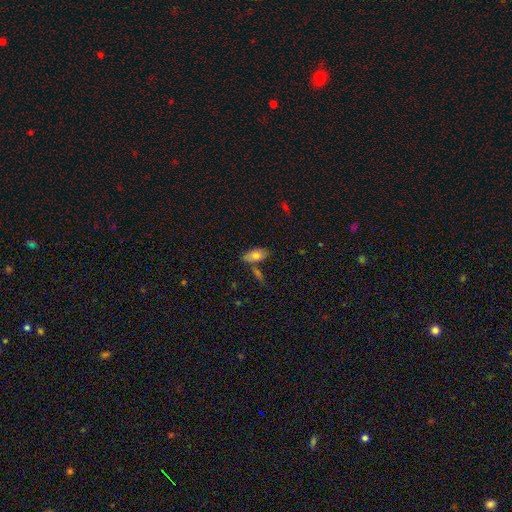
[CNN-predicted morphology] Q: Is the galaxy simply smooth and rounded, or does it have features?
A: smooth — 73%.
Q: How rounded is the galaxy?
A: in between — 88%.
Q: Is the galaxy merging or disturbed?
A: none — 65%.